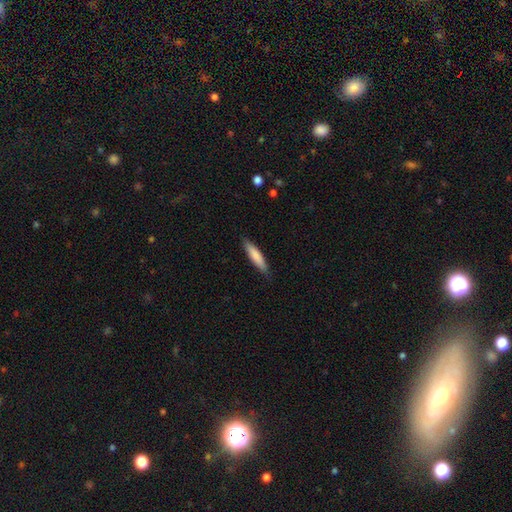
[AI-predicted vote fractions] Overall: smooth (80%). How rounded: cigar-shaped (83%). Merging: none (86%).